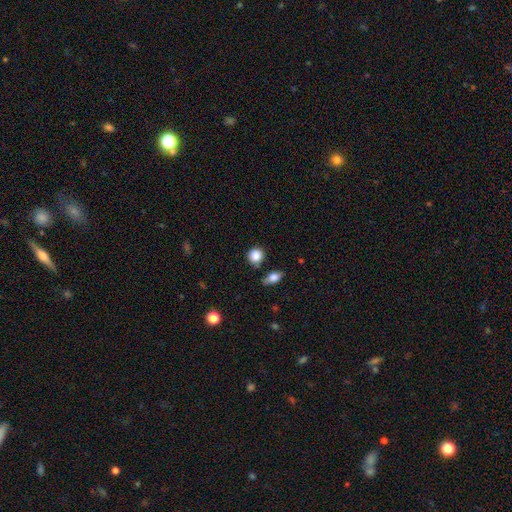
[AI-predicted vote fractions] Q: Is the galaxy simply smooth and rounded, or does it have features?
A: smooth — 86%.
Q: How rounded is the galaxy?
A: round — 85%.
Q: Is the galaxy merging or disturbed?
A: none — 77%.